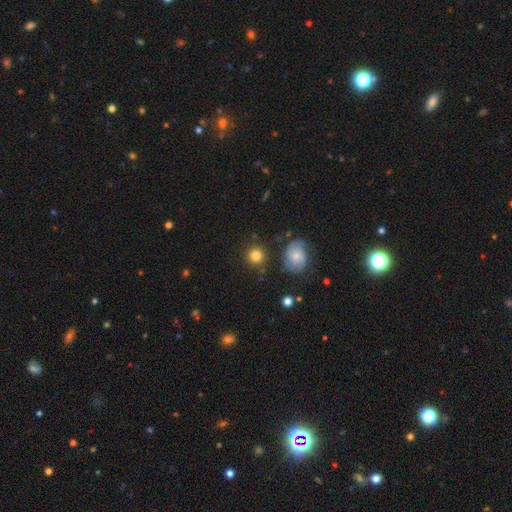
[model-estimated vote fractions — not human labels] Smooth or featured?
  - smooth: 82% *
  - star or artifact: 9%
  - featured or disk: 9%
How rounded?
  - round: 90% *
  - in between: 9%
  - cigar-shaped: 1%
Merging?
  - none: 82% *
  - minor disturbance: 10%
  - merger: 4%
  - major disturbance: 4%